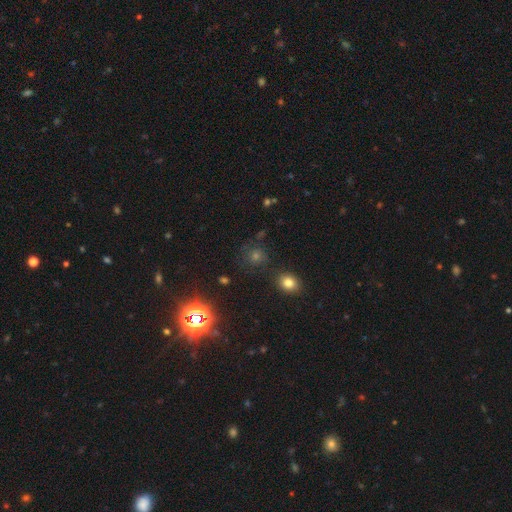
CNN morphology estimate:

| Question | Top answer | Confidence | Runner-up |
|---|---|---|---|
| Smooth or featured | star or artifact | 47% | smooth (42%) |